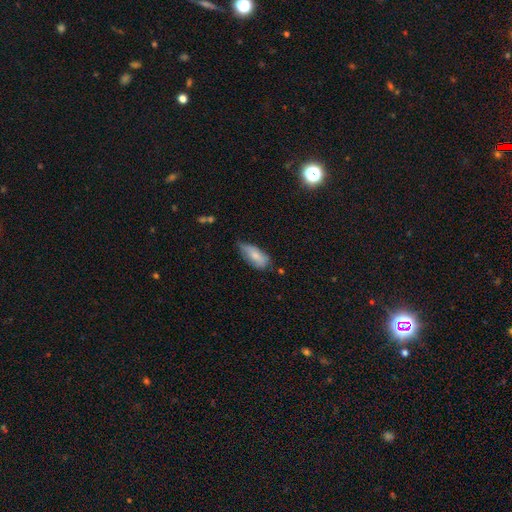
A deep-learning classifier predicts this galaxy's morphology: Q: Smooth or featured?
A: smooth (76%); runner-up: featured or disk (17%)
Q: How rounded?
A: in between (86%); runner-up: cigar-shaped (11%)
Q: Merging?
A: minor disturbance (45%); runner-up: none (40%)